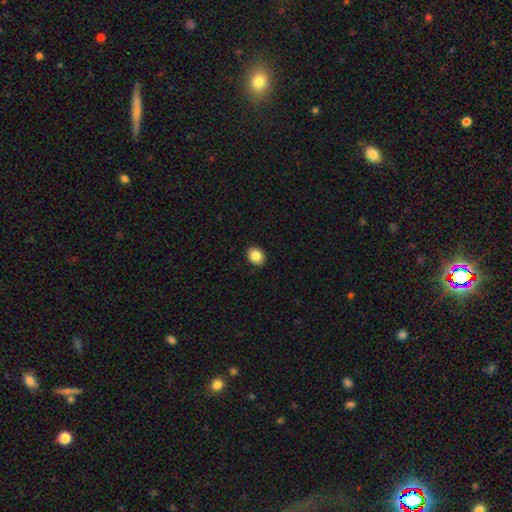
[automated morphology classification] A smooth galaxy with no disk features (86%) that is in between round and cigar-shaped (50%).

Vote fractions:
- Smooth or featured? smooth: 86% / star or artifact: 9% / featured or disk: 5%
- How rounded? in between: 50% / round: 49% / cigar-shaped: 1%
- Merging? none: 91% / minor disturbance: 6% / major disturbance: 2% / merger: 1%